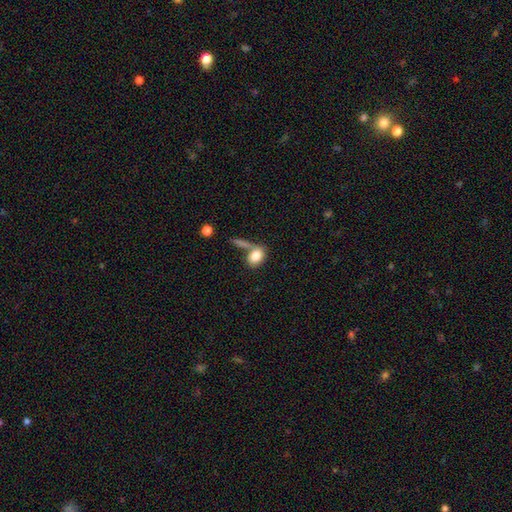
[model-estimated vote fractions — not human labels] This appears to be a smooth galaxy with no disk features (82%) that is in between round and cigar-shaped (75%). Merging: none (46%).